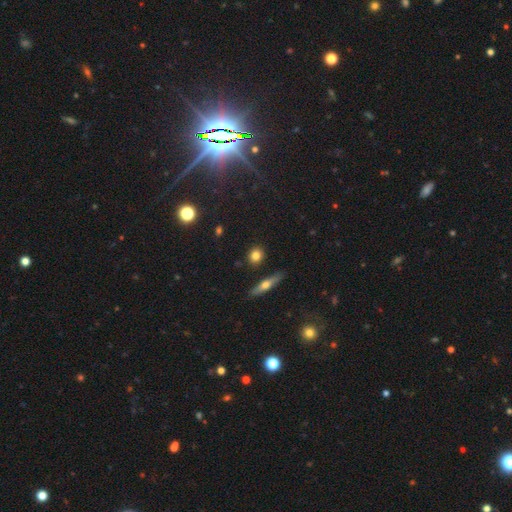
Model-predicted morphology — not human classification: Smooth or featured?
  - smooth: 79% *
  - featured or disk: 12%
  - star or artifact: 10%
How rounded?
  - round: 74% *
  - in between: 20%
  - cigar-shaped: 6%
Merging?
  - none: 86% *
  - minor disturbance: 8%
  - merger: 3%
  - major disturbance: 2%